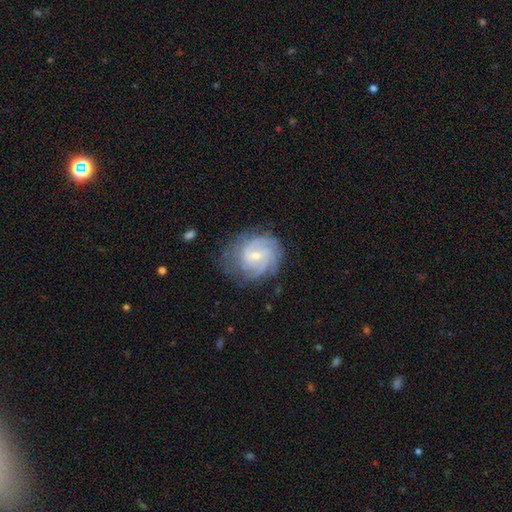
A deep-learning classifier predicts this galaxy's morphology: The model was most divided on "spiral arm count": 4: 26%, can't tell: 25%, 3: 23%, 2: 11%, more than 4: 8%, 1: 6%. More confident: edge-on disk — no (98%); spiral arms — yes (97%); smooth or featured — featured or disk (84%); merging — none (74%); bulge size — small (70%); spiral winding — tight (64%); bar — no (54%).